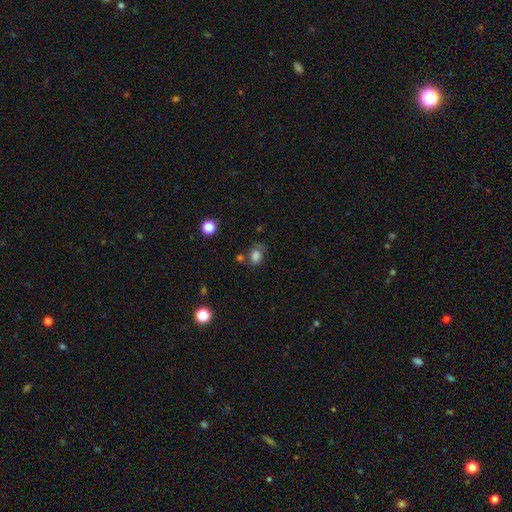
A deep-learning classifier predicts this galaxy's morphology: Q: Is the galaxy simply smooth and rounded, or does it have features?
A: smooth — 79%.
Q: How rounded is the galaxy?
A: in between — 52%.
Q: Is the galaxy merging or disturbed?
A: none — 53%.